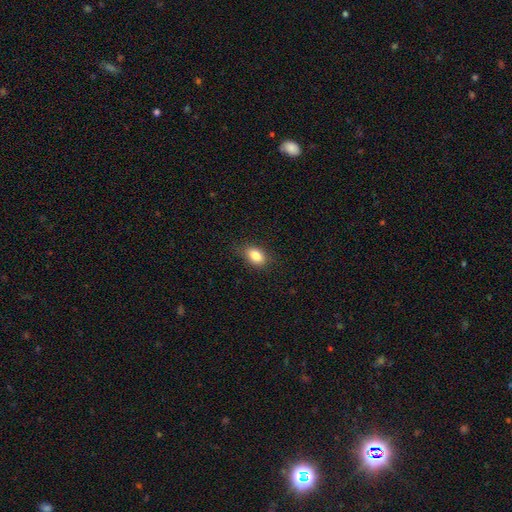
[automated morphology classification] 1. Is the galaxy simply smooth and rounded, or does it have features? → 83% smooth, 9% star or artifact, 8% featured or disk.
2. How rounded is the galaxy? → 81% in between, 17% round, 2% cigar-shaped.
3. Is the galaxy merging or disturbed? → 80% none, 15% minor disturbance, 4% major disturbance, 1% merger.